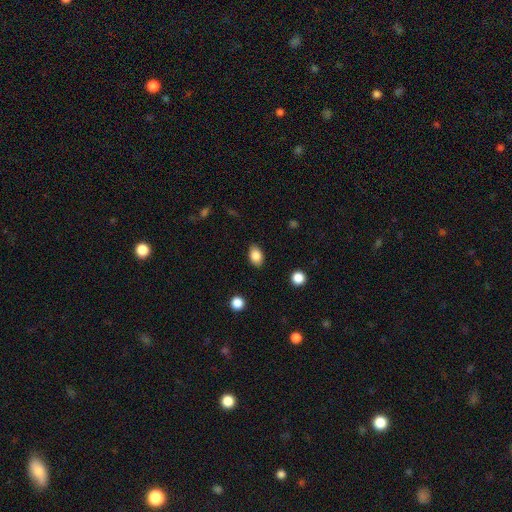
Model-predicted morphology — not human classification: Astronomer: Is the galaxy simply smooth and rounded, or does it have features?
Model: smooth — 85%.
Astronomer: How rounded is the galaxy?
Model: in between — 83%.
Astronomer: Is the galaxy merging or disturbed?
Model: none — 85%.